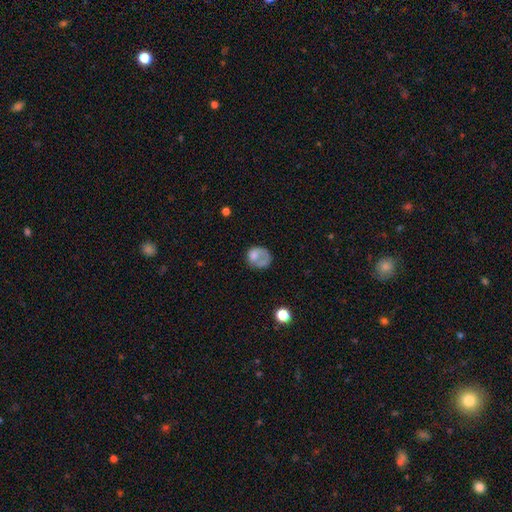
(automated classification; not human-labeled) Q: Smooth or featured?
A: smooth (64%); runner-up: featured or disk (26%)
Q: How rounded?
A: round (62%); runner-up: in between (37%)
Q: Merging?
A: none (38%); runner-up: major disturbance (33%)